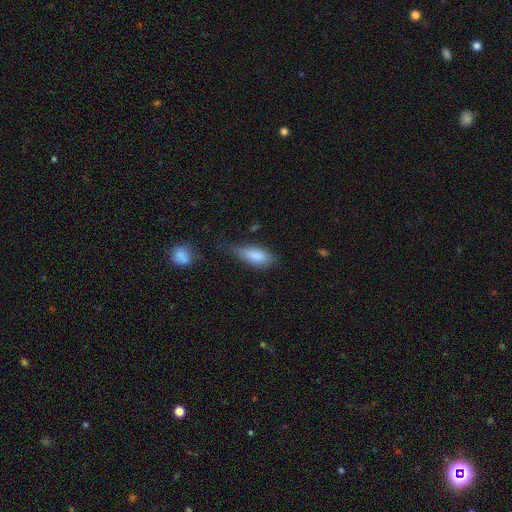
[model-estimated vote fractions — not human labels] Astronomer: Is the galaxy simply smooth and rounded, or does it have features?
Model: smooth — 82%.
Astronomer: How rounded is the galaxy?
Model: in between — 77%.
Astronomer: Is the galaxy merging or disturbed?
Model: none — 47% (runner-up: minor disturbance, 36%).